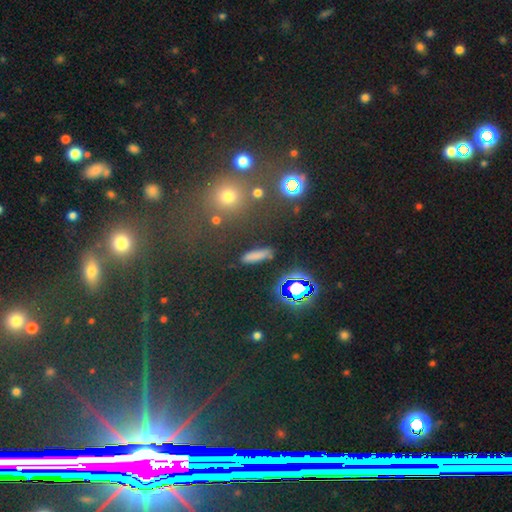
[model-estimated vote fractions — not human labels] Smooth or featured?
  - smooth: 67% *
  - star or artifact: 23%
  - featured or disk: 10%
How rounded?
  - cigar-shaped: 75% *
  - in between: 20%
  - round: 5%
Merging?
  - none: 84% *
  - minor disturbance: 10%
  - major disturbance: 3%
  - merger: 3%